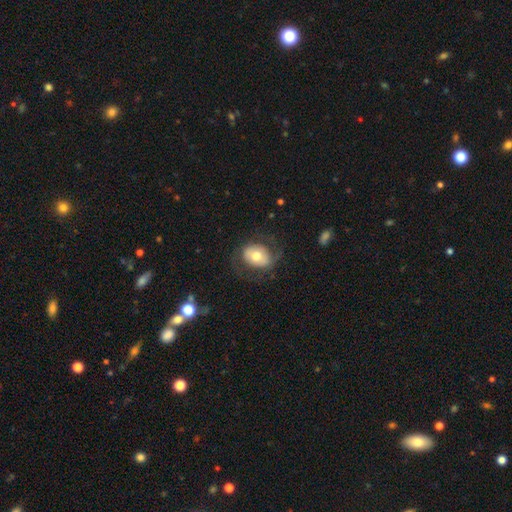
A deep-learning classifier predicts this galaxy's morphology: smooth 58%, featured or disk 35%, star or artifact 7%. Down the decision tree: how rounded — in between (66%); merging — none (67%).